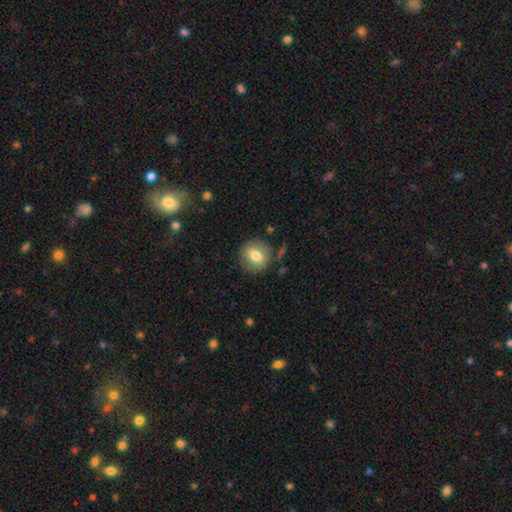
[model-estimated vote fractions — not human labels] The model was most divided on "smooth or featured": smooth: 68%, featured or disk: 24%, star or artifact: 8%. More confident: merging — none (83%); how rounded — round (82%).